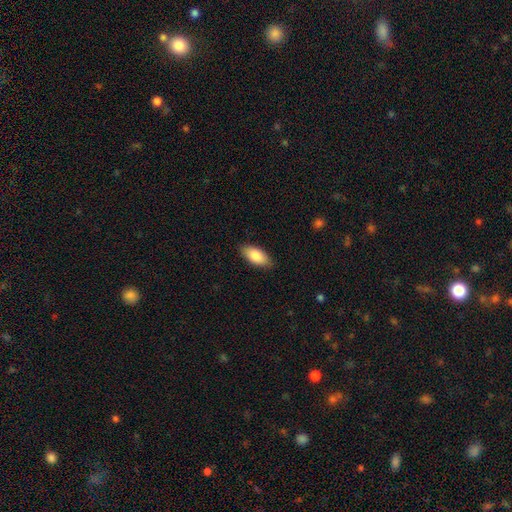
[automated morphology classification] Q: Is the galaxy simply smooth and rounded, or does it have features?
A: smooth — 85%.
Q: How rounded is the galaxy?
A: in between — 90%.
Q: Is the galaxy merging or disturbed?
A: none — 87%.